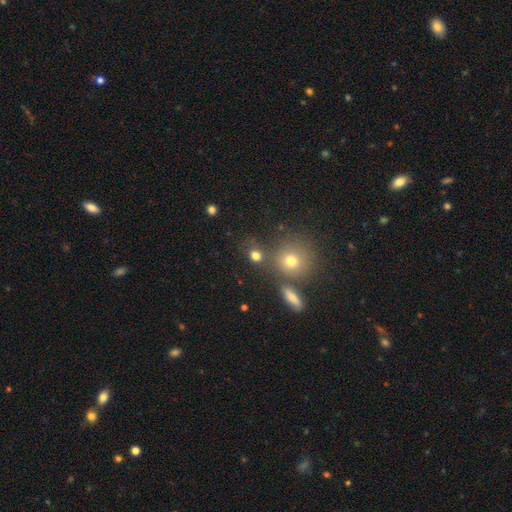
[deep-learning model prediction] smooth 75%, star or artifact 16%, featured or disk 9%. Down the decision tree: how rounded — round (77%); merging — none (67%).